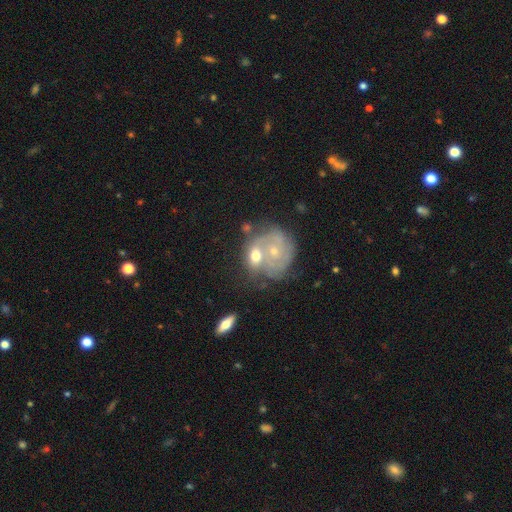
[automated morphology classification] Smooth or featured: featured or disk — 55% (smooth — 37%)
Edge-on disk: no — 96% (yes — 4%)
Bar: no — 80% (weak — 16%)
Spiral arms: yes — 61% (no — 39%)
Bulge size: small — 46% (moderate — 45%)
Merging: merger — 52% (none — 27%)